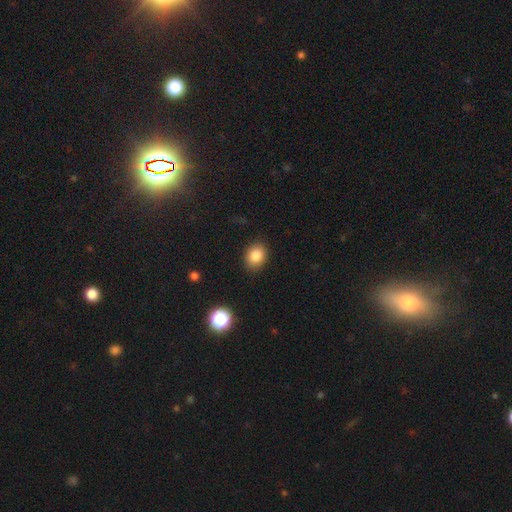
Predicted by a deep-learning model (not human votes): Q: Smooth or featured?
A: smooth (84%); runner-up: star or artifact (10%)
Q: How rounded?
A: in between (55%); runner-up: round (44%)
Q: Merging?
A: none (87%); runner-up: minor disturbance (9%)